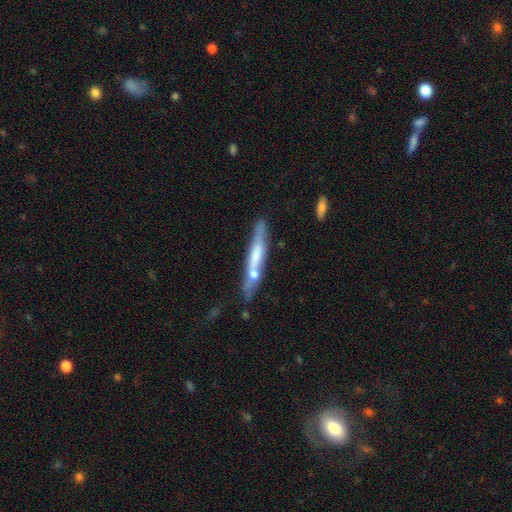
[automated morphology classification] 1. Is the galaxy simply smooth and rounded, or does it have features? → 53% featured or disk, 41% smooth, 6% star or artifact.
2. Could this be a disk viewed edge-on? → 85% yes, 15% no.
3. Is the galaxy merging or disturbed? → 63% none, 17% minor disturbance, 14% merger, 5% major disturbance.